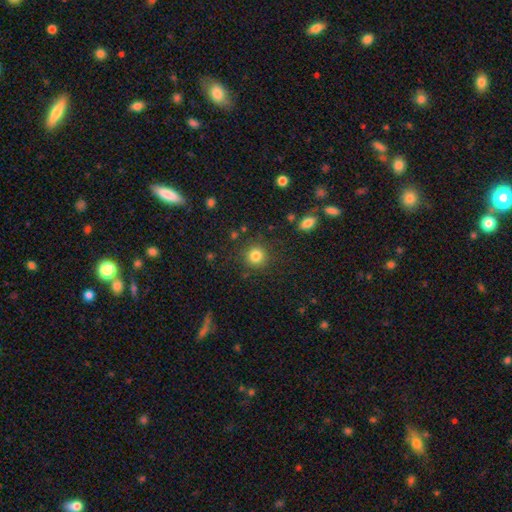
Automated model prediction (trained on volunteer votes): Smooth or featured? smooth (83%)
How rounded? round (93%)
Merging? none (87%)